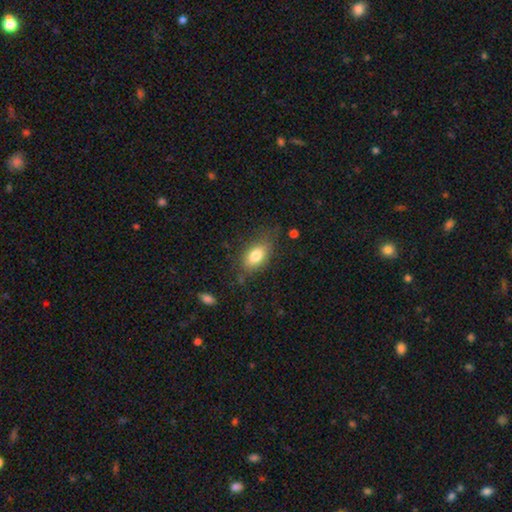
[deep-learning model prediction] The model was most divided on "merging": none: 70%, minor disturbance: 21%, major disturbance: 7%, merger: 2%. More confident: how rounded — in between (86%); smooth or featured — smooth (79%).